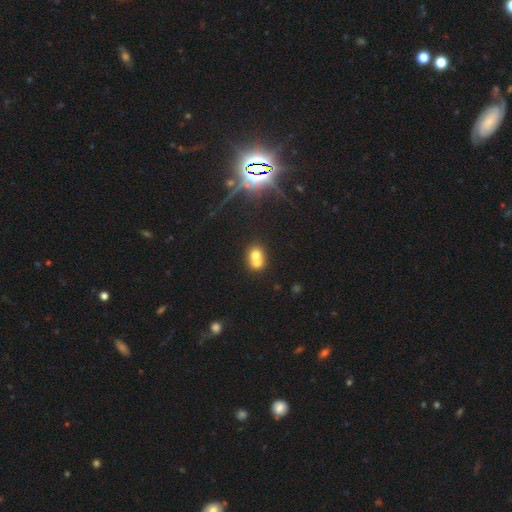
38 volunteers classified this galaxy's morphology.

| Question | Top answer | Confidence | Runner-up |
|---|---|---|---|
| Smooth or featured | smooth | 63% | featured or disk (32%) |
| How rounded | round | 67% | in between (33%) |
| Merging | merger | 75% | none (19%) |